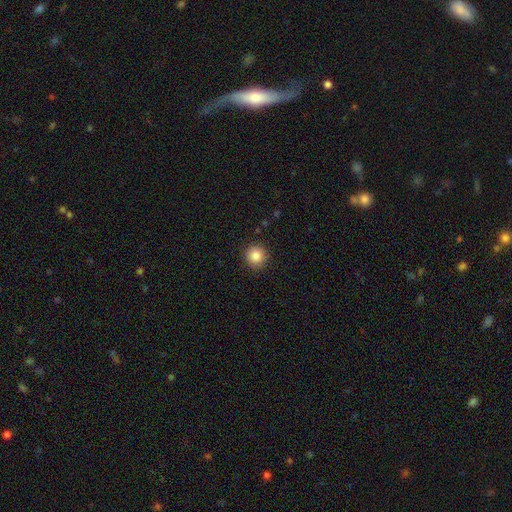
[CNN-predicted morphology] A smooth galaxy with no disk features (85%) that is round (95%).

Vote fractions:
- Smooth or featured? smooth: 85% / star or artifact: 10% / featured or disk: 5%
- How rounded? round: 95% / in between: 4% / cigar-shaped: 1%
- Merging? none: 91% / minor disturbance: 6% / major disturbance: 2% / merger: 1%